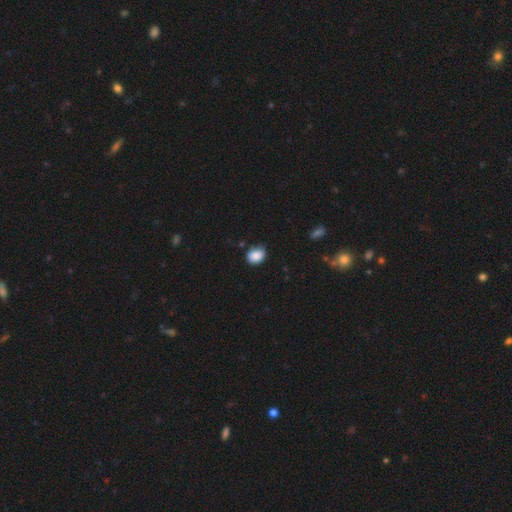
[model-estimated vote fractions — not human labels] A smooth galaxy with no disk features (86%) that is in between round and cigar-shaped (52%). Merging: none (70%).